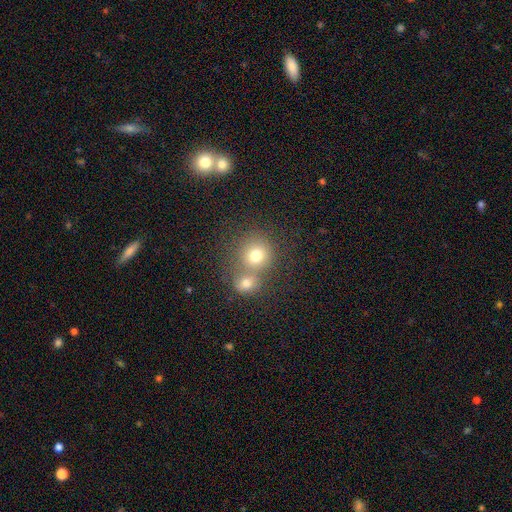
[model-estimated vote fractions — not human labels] Overall: smooth (74%). How rounded: round (86%). Merging: merger (46%; none 44%).